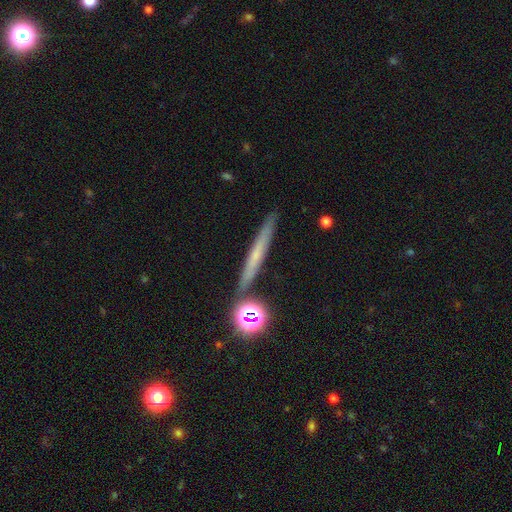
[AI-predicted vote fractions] smooth 43%, featured or disk 41%, star or artifact 15%. Down the decision tree: merging — none (85%).